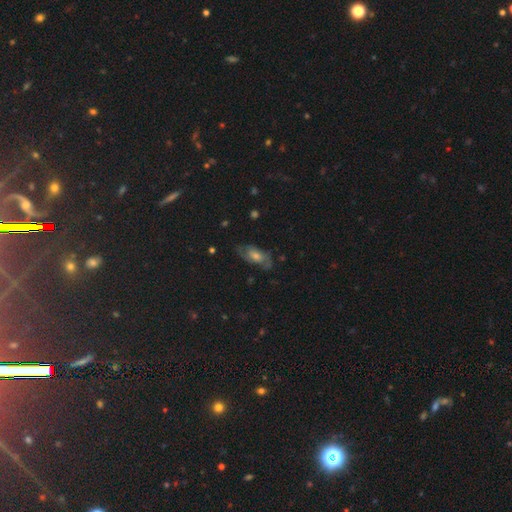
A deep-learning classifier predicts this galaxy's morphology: featured or disk 57%, smooth 28%, star or artifact 15%. Down the decision tree: edge-on disk — no (88%); merging — none (73%).